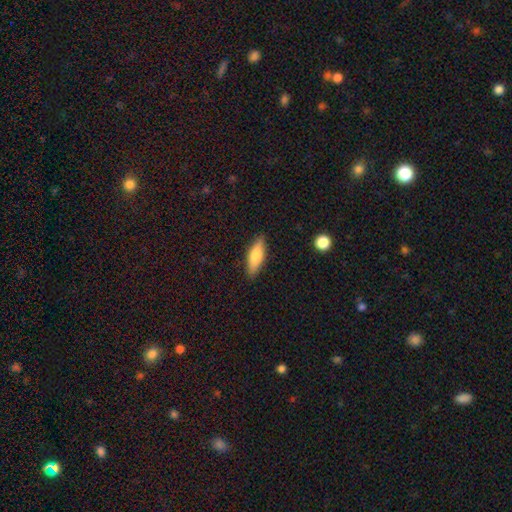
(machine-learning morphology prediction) type=smooth (76%); roundness=in between (51%); merging=none (88%).